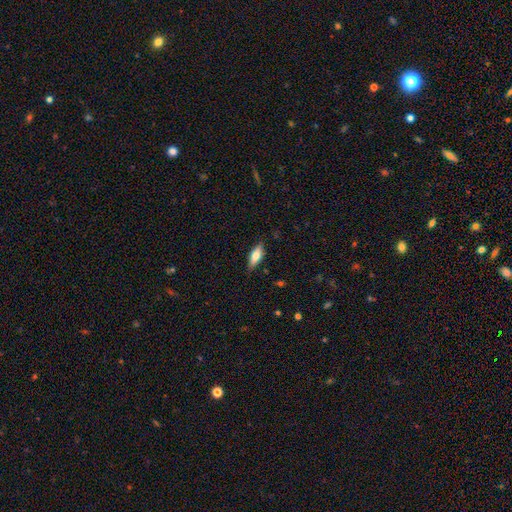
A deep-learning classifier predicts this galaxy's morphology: type=smooth (66%); roundness=in between (66%); merging=none (83%).